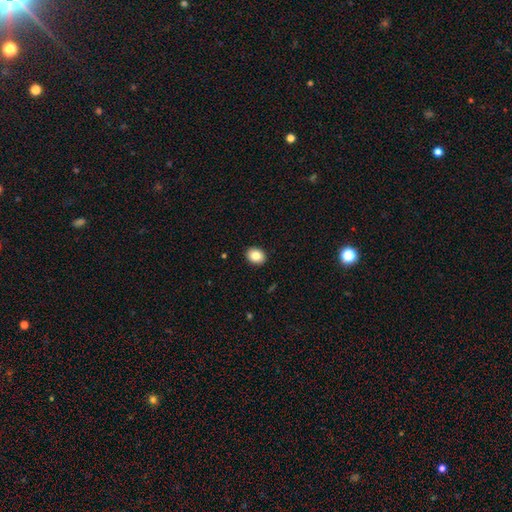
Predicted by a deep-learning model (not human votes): Smooth or featured?
  - smooth: 84% *
  - star or artifact: 9%
  - featured or disk: 7%
How rounded?
  - round: 51% *
  - in between: 48%
  - cigar-shaped: 1%
Merging?
  - none: 92% *
  - minor disturbance: 6%
  - major disturbance: 2%
  - merger: 1%